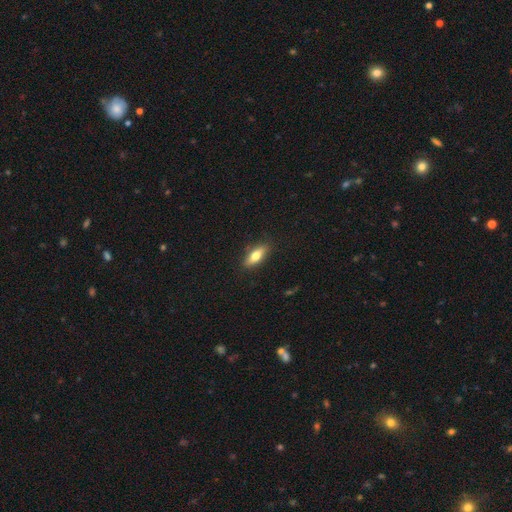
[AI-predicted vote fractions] Overall: smooth (67%). How rounded: in between (64%; cigar-shaped 33%). Merging: none (85%).